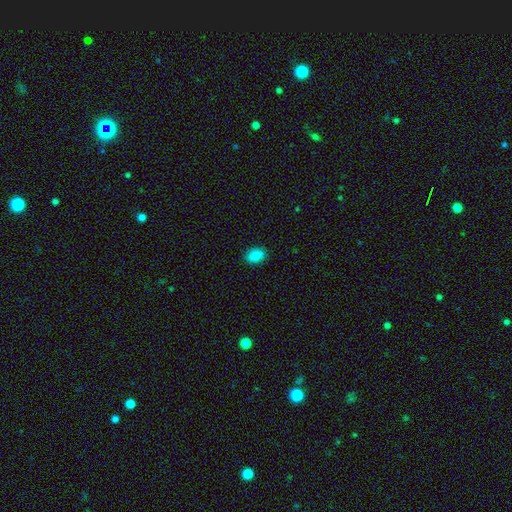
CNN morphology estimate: smooth_or_featured: smooth (p=0.88) [alt: star or artifact p=0.09]
how_rounded: in between (p=0.81) [alt: round p=0.18]
merging: none (p=0.88) [alt: minor disturbance p=0.09]